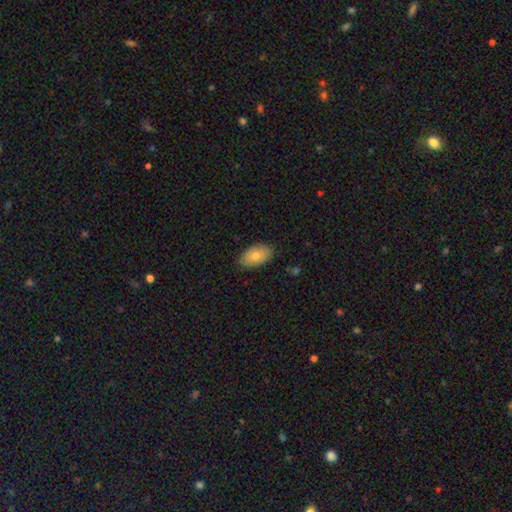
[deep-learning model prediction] This is likely a smooth galaxy (79%). How rounded: clearly in between (93%). Merging: clearly none (83%).